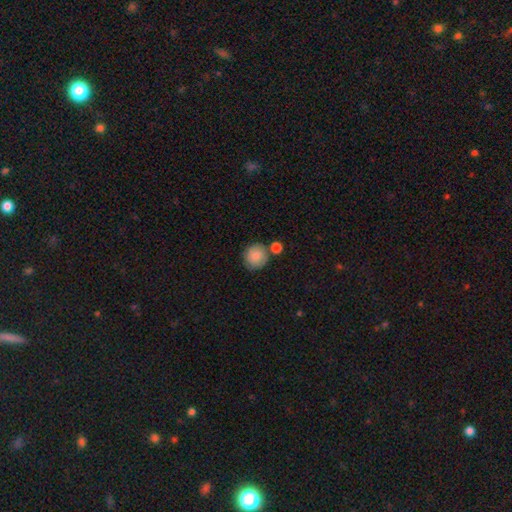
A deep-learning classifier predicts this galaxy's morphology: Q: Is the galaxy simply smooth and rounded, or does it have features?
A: smooth — 87%.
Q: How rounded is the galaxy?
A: round — 86%.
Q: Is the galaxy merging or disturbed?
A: none — 68%.